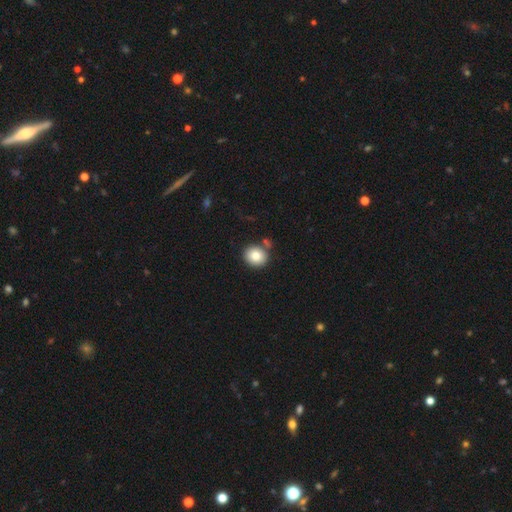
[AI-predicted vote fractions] Smooth or featured? smooth (82%)
How rounded? round (80%)
Merging? none (77%)